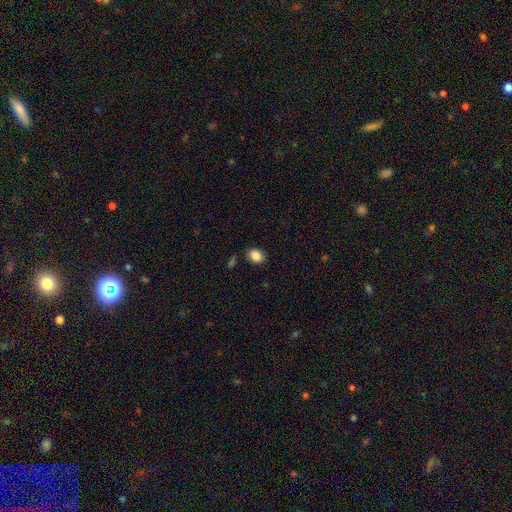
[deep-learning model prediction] The model was most divided on "how rounded": in between: 53%, round: 46%, cigar-shaped: 1%. More confident: smooth or featured — smooth (86%); merging — none (83%).